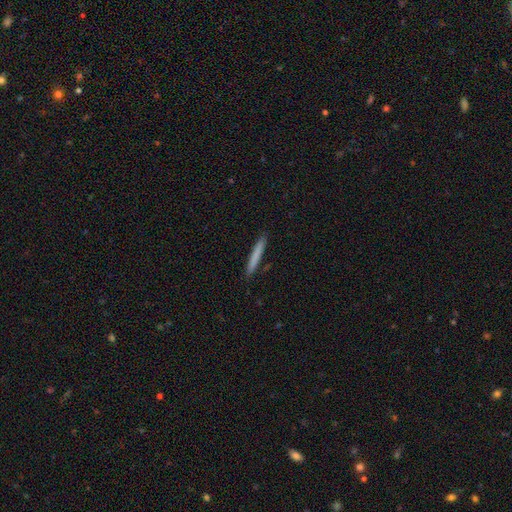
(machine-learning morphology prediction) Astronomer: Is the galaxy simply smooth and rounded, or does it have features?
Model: smooth — 76%.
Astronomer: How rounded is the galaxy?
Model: cigar-shaped — 96%.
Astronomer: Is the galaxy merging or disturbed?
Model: none — 91%.